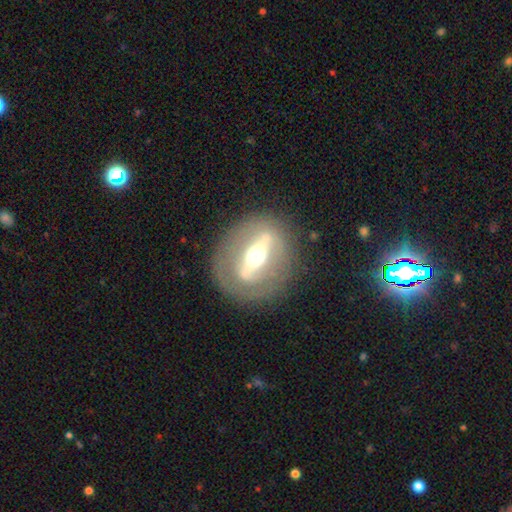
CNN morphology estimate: A featured or disk galaxy (78%) with a strong bar (80%), no spiral arms (79%) and a moderate central bulge (67%). Merging: none (80%).